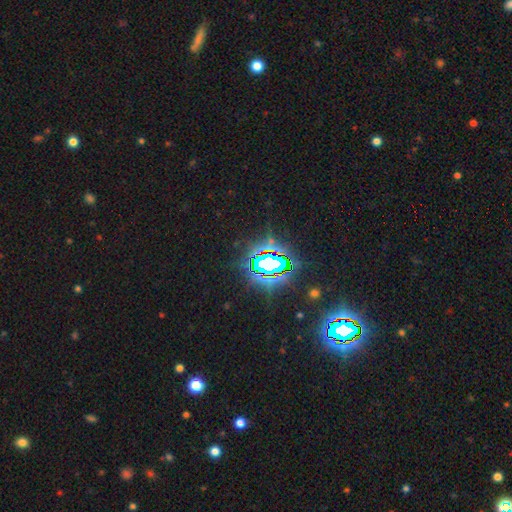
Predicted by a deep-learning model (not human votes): The model was most divided on "smooth or featured": star or artifact: 79%, smooth: 11%, featured or disk: 9%.